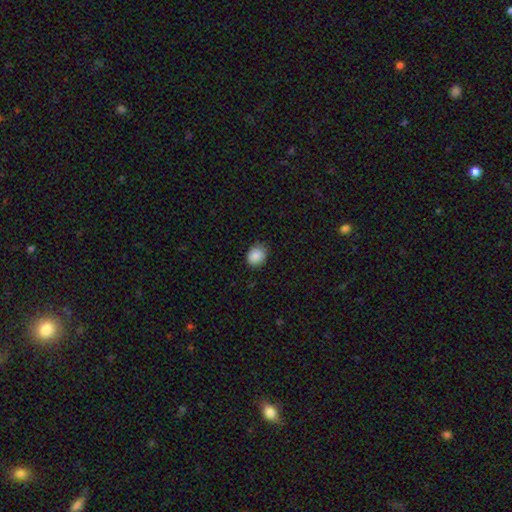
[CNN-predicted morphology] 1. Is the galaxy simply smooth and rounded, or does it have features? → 88% smooth, 8% star or artifact, 3% featured or disk.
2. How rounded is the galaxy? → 64% round, 35% in between, 1% cigar-shaped.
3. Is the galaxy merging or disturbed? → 80% none, 16% minor disturbance, 3% major disturbance, 1% merger.